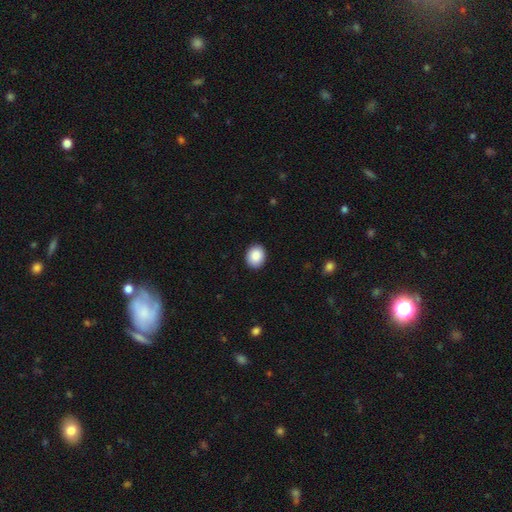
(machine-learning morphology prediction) This is clearly a smooth galaxy (89%). How rounded: possibly round (60%). Merging: clearly none (90%).